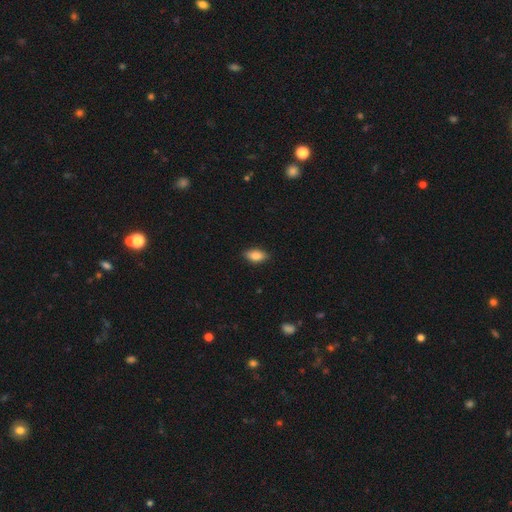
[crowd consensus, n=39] smooth 87%, featured or disk 10%, star or artifact 3%. Down the decision tree: how rounded — in between (94%); merging — none (97%).